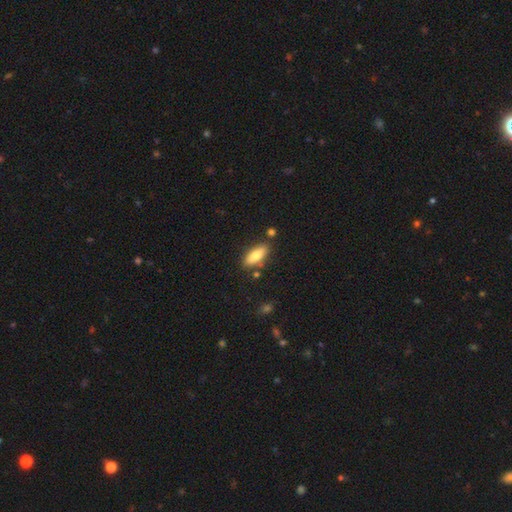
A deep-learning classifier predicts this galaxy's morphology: This is likely a smooth galaxy (75%). How rounded: likely in between (72%). Merging: likely none (80%).